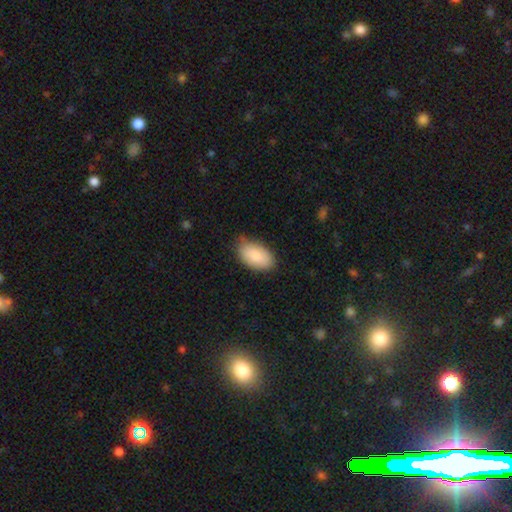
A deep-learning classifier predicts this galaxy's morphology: Smooth or featured? Predicted: smooth (p=0.86). How rounded? Predicted: in between (p=0.95). Merging? Predicted: none (p=0.74).